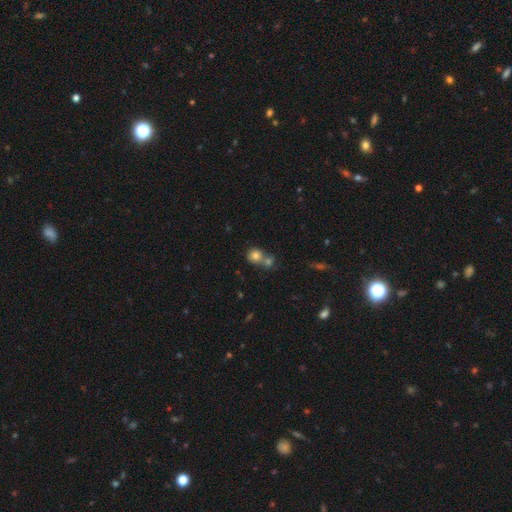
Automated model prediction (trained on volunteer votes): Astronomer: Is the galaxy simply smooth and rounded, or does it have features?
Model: smooth — 80%.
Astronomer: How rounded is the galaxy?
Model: round — 86%.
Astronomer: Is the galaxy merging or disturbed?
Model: none — 46% (runner-up: merger, 43%).